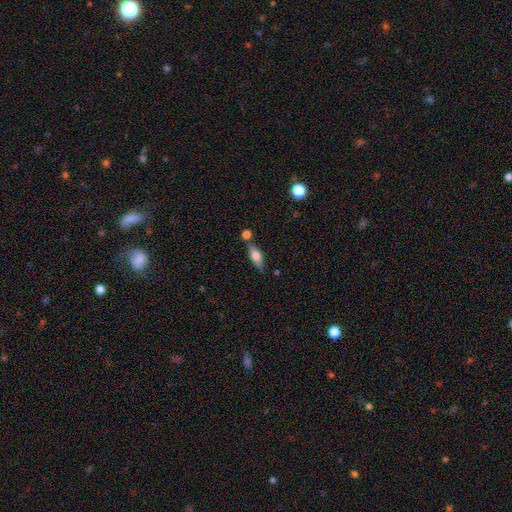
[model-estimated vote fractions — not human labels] This is possibly a smooth galaxy (59%). How rounded: likely in between (60%). Merging: likely none (65%).